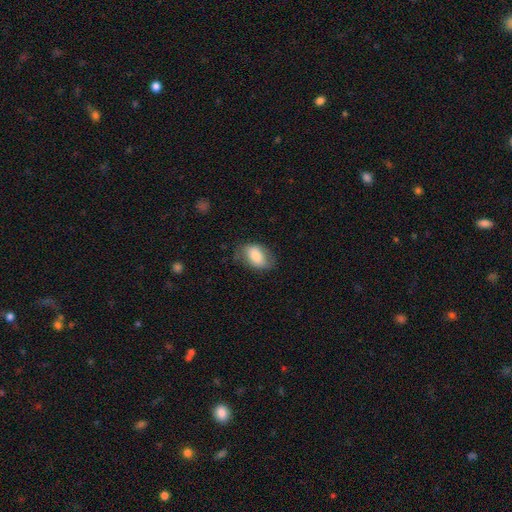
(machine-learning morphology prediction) Q: Smooth or featured?
A: smooth (75%); runner-up: featured or disk (18%)
Q: How rounded?
A: in between (88%); runner-up: round (10%)
Q: Merging?
A: none (67%); runner-up: minor disturbance (23%)